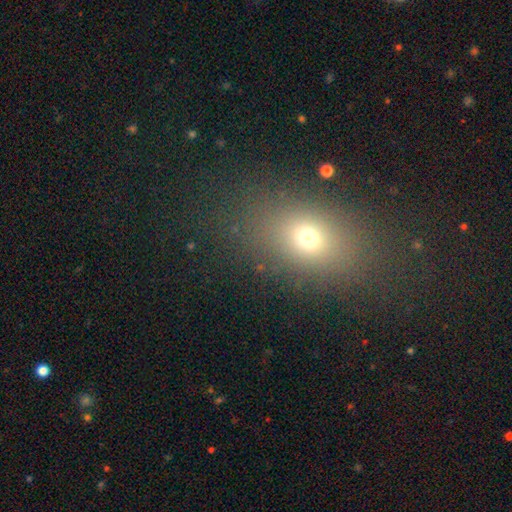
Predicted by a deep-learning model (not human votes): A smooth galaxy with no disk features (66%) that is in between round and cigar-shaped (70%).

Vote fractions:
- Smooth or featured? smooth: 66% / star or artifact: 22% / featured or disk: 13%
- How rounded? in between: 70% / round: 26% / cigar-shaped: 4%
- Merging? none: 85% / minor disturbance: 9% / major disturbance: 5% / merger: 2%